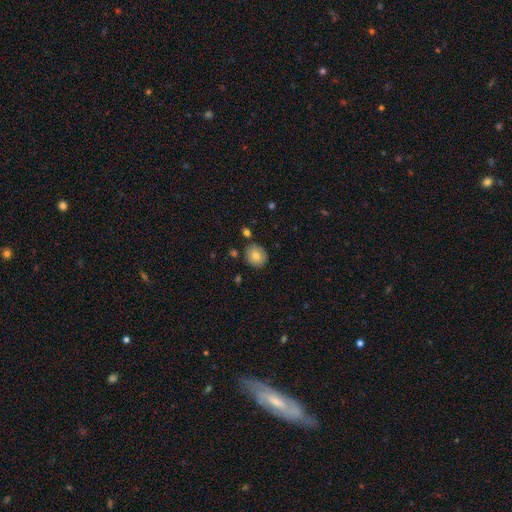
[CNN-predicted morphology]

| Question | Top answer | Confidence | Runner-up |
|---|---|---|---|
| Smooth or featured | smooth | 77% | featured or disk (14%) |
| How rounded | round | 77% | in between (22%) |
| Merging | none | 82% | minor disturbance (12%) |